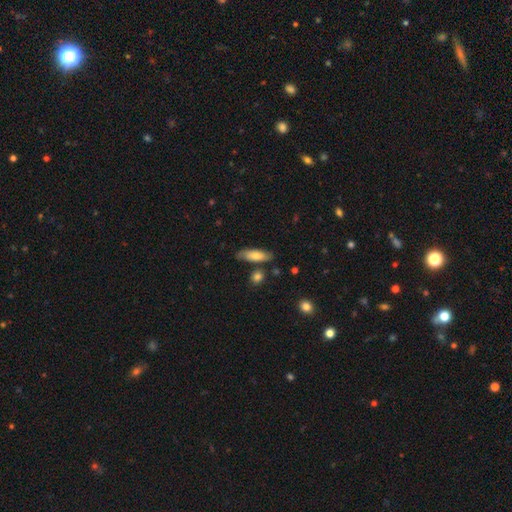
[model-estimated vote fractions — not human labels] Overall: smooth (71%). How rounded: in between (58%; cigar-shaped 39%). Merging: none (74%).